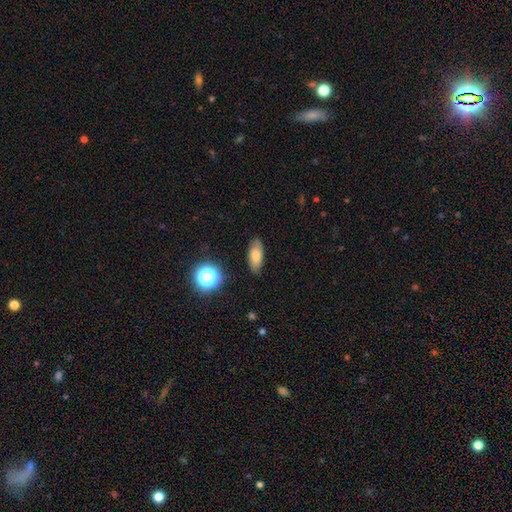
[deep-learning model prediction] A smooth galaxy with no disk features (73%) that is in between round and cigar-shaped (82%). Merging: none (80%).